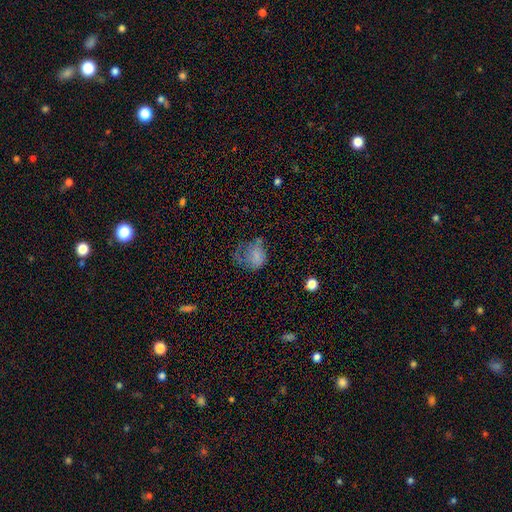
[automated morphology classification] Overall: smooth (64%). How rounded: round (57%; in between 42%). Merging: major disturbance (38%; none 31%).